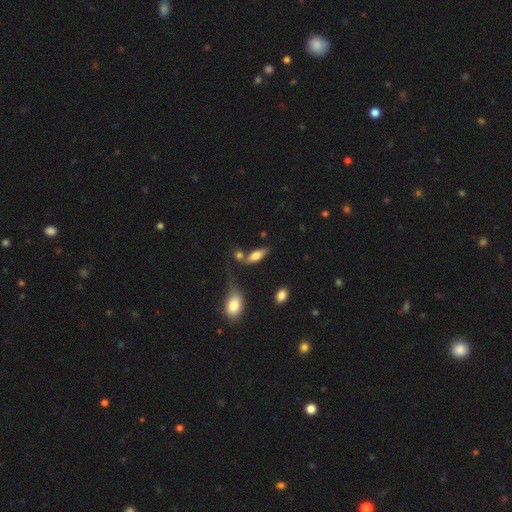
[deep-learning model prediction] The model was most divided on "merging": none: 51%, merger: 22%, minor disturbance: 18%, major disturbance: 9%. More confident: smooth or featured — smooth (74%); how rounded — in between (73%).